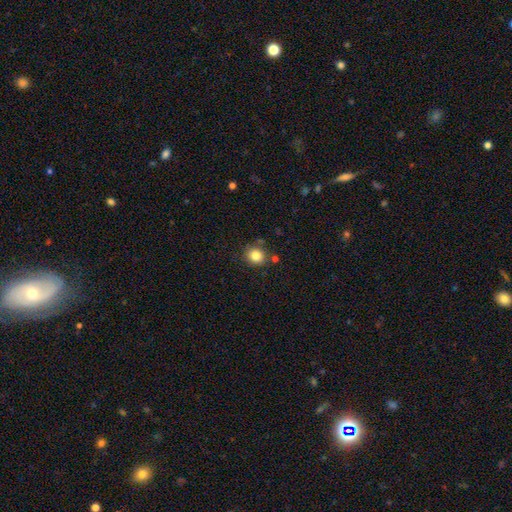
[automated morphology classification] Smooth or featured: smooth — 83% (star or artifact — 11%)
How rounded: round — 82% (in between — 17%)
Merging: none — 81% (minor disturbance — 10%)